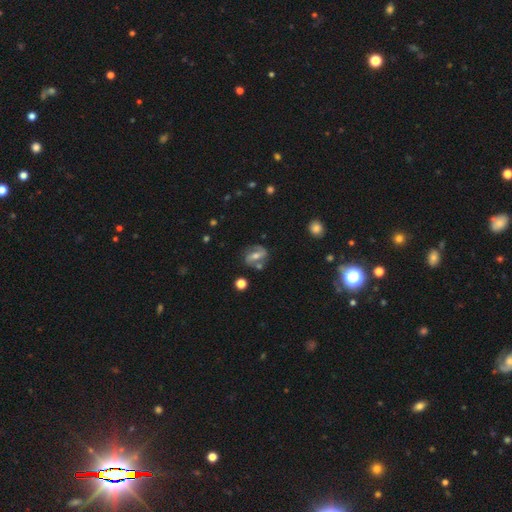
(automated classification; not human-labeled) Morphology: type=featured or disk (67%); edge-on=no (94%); bar=strong (46%); spiral arms=yes (81%); winding=medium (43%); arm count=2 (86%); bulge=moderate (62%); merging=none (69%).